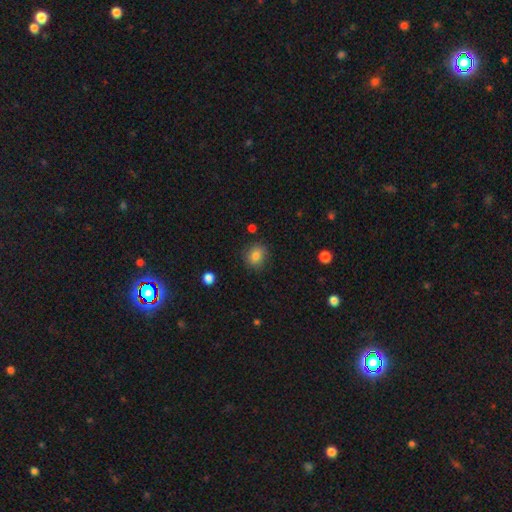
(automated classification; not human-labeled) This is clearly a smooth galaxy (83%). How rounded: likely round (76%). Merging: clearly none (83%).